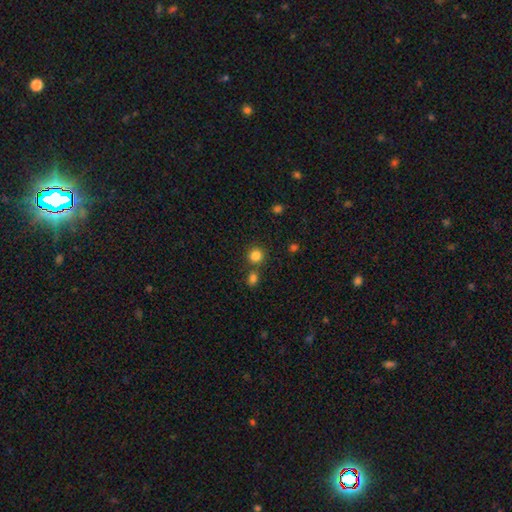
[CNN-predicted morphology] Smooth or featured? Predicted: smooth (p=0.83). How rounded? Predicted: round (p=0.91). Merging? Predicted: none (p=0.75).